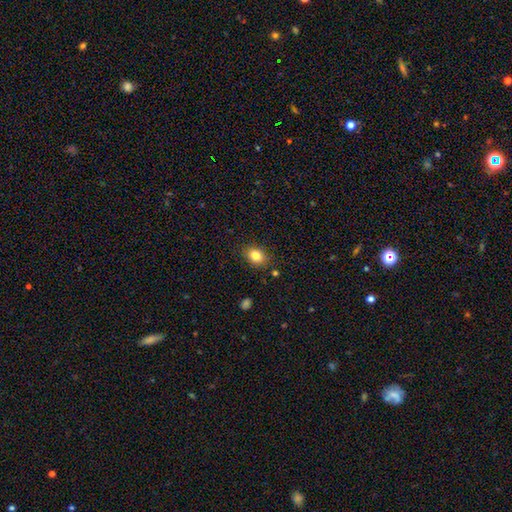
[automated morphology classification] This is clearly a smooth galaxy (83%). How rounded: possibly in between (56%). Merging: clearly none (86%).